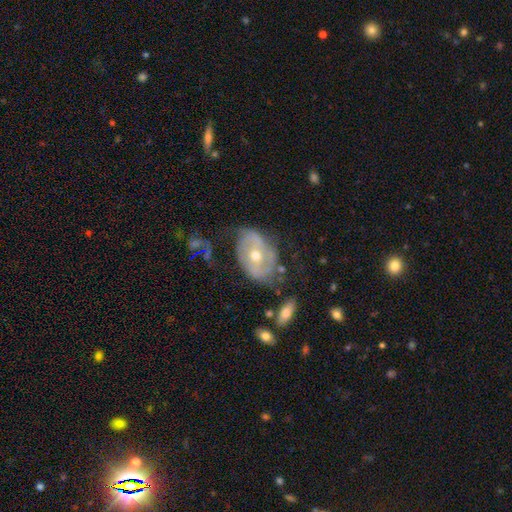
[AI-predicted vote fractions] smooth_or_featured: featured or disk (p=0.70) [alt: smooth p=0.23]
disk_edge_on: no (p=0.94) [alt: yes p=0.06]
bar: no (p=0.52) [alt: weak p=0.30]
has_spiral_arms: yes (p=0.63) [alt: no p=0.37]
bulge_size: moderate (p=0.63) [alt: small p=0.34]
merging: none (p=0.55) [alt: minor disturbance p=0.26]